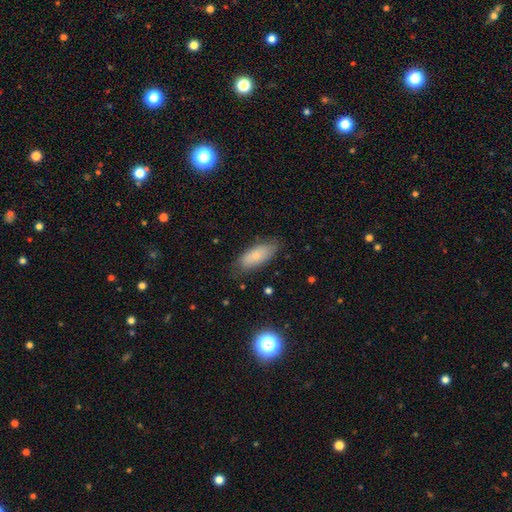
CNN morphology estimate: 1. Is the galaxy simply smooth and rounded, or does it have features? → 78% smooth, 15% featured or disk, 7% star or artifact.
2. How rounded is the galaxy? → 82% in between, 16% cigar-shaped, 2% round.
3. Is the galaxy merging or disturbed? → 75% none, 19% minor disturbance, 4% major disturbance, 1% merger.